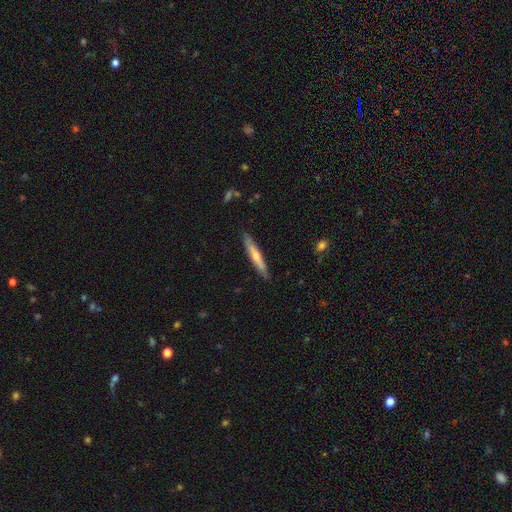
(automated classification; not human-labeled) This appears to be a smooth galaxy with no disk features (49%). Merging: none (88%).